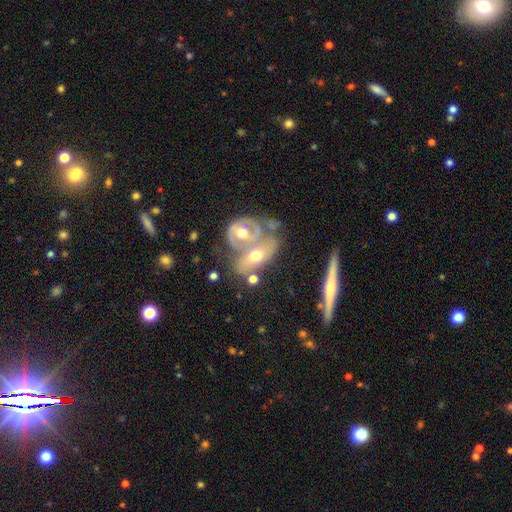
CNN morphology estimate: This appears to be a featured or disk galaxy (59%) with no bar (71%), spiral arms (53%) and a moderate central bulge (73%). Merging: merger (61%).